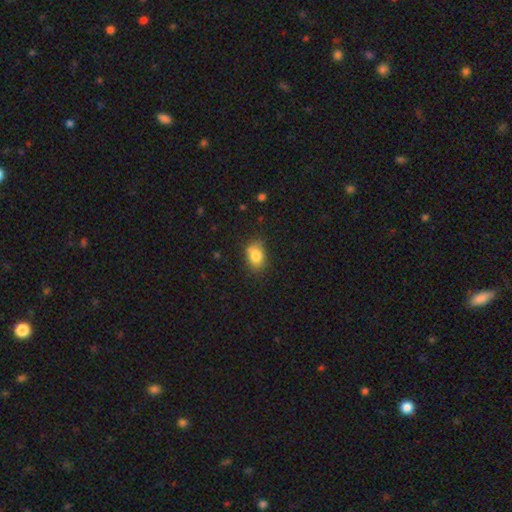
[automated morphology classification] Smooth or featured? Predicted: smooth (p=0.81). How rounded? Predicted: in between (p=0.73). Merging? Predicted: none (p=0.64).